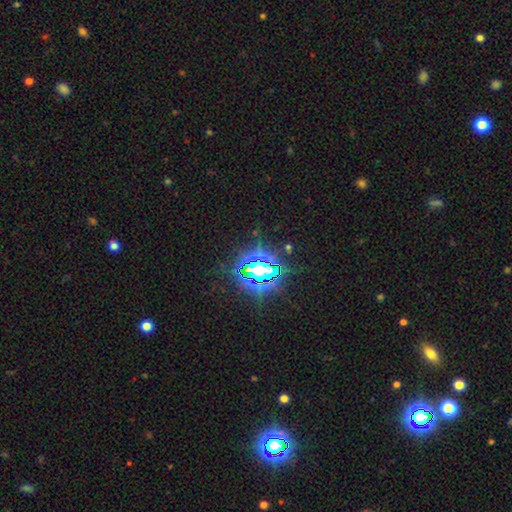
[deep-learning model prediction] smooth-or-featured: star or artifact: 81% | smooth: 12% | featured or disk: 8%